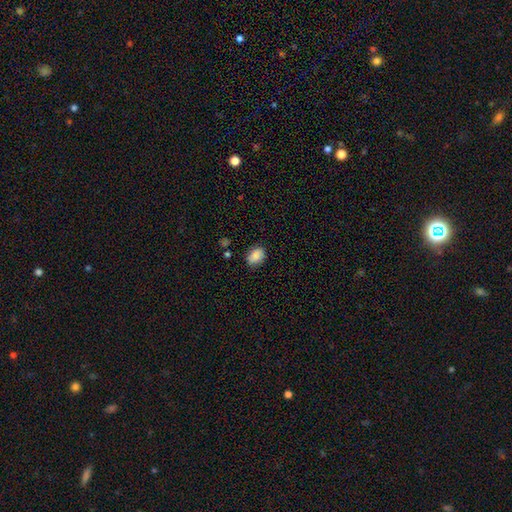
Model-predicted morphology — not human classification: The model was most divided on "how rounded": in between: 72%, round: 27%, cigar-shaped: 1%. More confident: smooth or featured — smooth (85%); merging — none (77%).